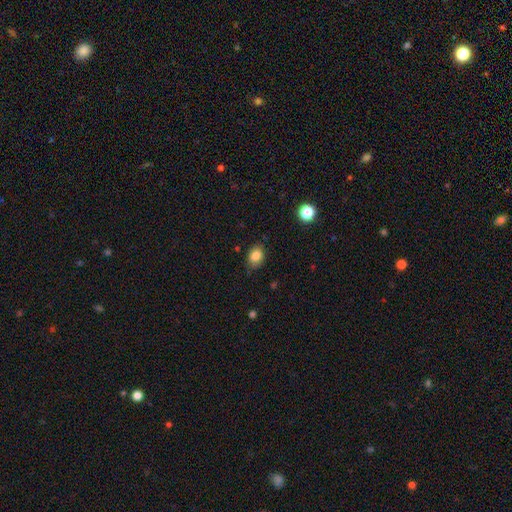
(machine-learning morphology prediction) Smooth or featured?
  - smooth: 83% *
  - star or artifact: 10%
  - featured or disk: 7%
How rounded?
  - in between: 69% *
  - round: 30%
  - cigar-shaped: 1%
Merging?
  - none: 80% *
  - minor disturbance: 16%
  - major disturbance: 3%
  - merger: 2%